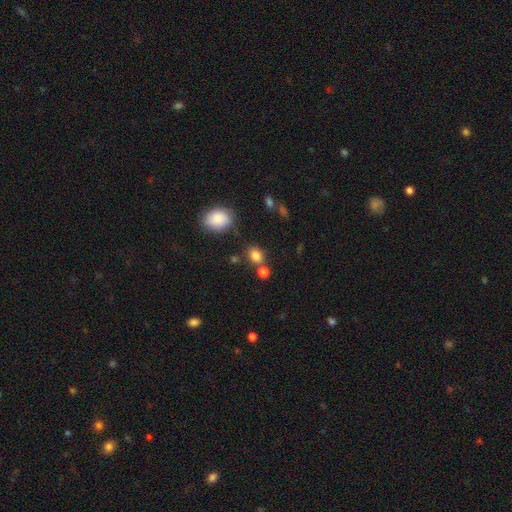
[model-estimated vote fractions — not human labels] The model was most divided on "how rounded": round: 50%, in between: 48%, cigar-shaped: 1%. More confident: smooth or featured — smooth (81%); merging — none (68%).